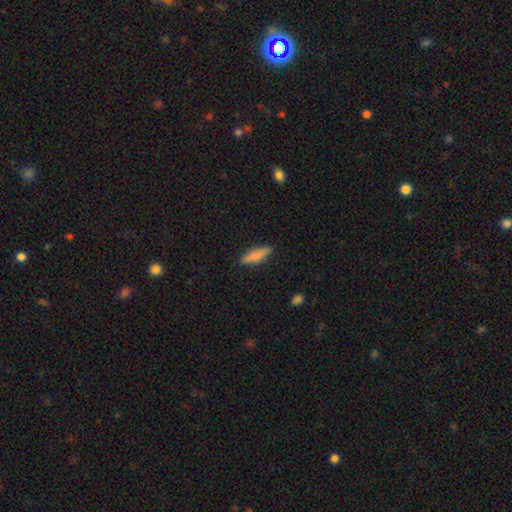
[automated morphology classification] A smooth galaxy with no disk features (76%) that is cigar-shaped (67%).

Vote fractions:
- Smooth or featured? smooth: 76% / featured or disk: 17% / star or artifact: 6%
- How rounded? cigar-shaped: 67% / in between: 31% / round: 2%
- Merging? none: 87% / minor disturbance: 10% / major disturbance: 2% / merger: 1%